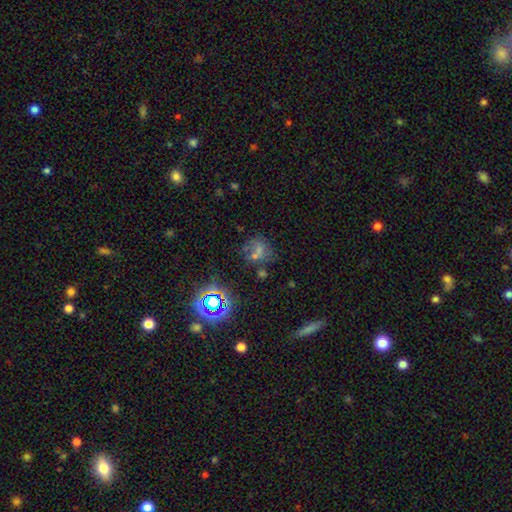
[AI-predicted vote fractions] Smooth or featured?
  - star or artifact: 41% *
  - smooth: 40%
  - featured or disk: 19%